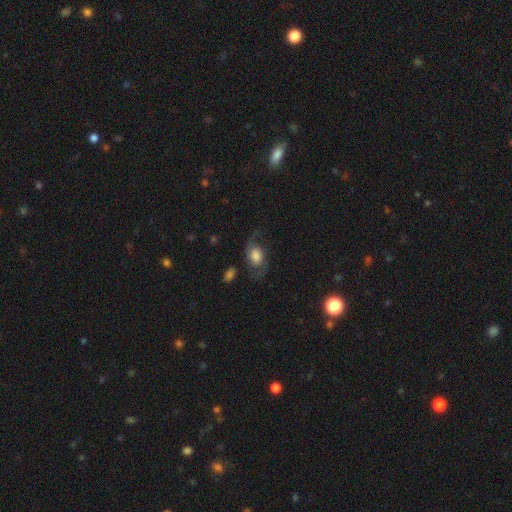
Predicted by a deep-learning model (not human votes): smooth_or_featured: featured or disk (p=0.59) [alt: smooth p=0.32]
disk_edge_on: no (p=0.96) [alt: yes p=0.04]
bar: no (p=0.69) [alt: weak p=0.26]
has_spiral_arms: yes (p=0.88) [alt: no p=0.12]
bulge_size: large (p=0.49) [alt: moderate p=0.22]
merging: none (p=0.61) [alt: minor disturbance p=0.19]